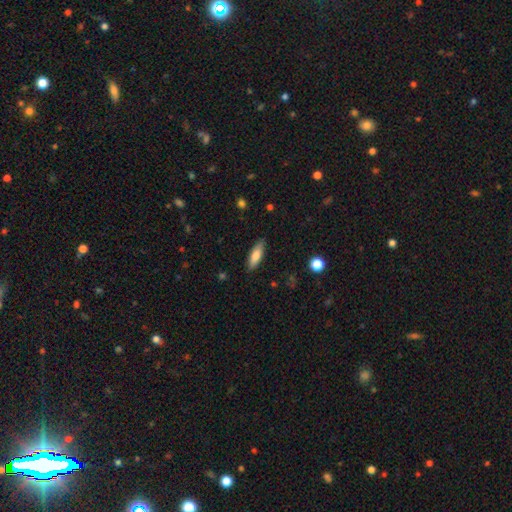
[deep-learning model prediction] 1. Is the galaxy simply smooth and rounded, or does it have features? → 77% smooth, 17% featured or disk, 6% star or artifact.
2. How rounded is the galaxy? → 51% in between, 47% cigar-shaped, 2% round.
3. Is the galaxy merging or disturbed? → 86% none, 11% minor disturbance, 2% major disturbance, 1% merger.